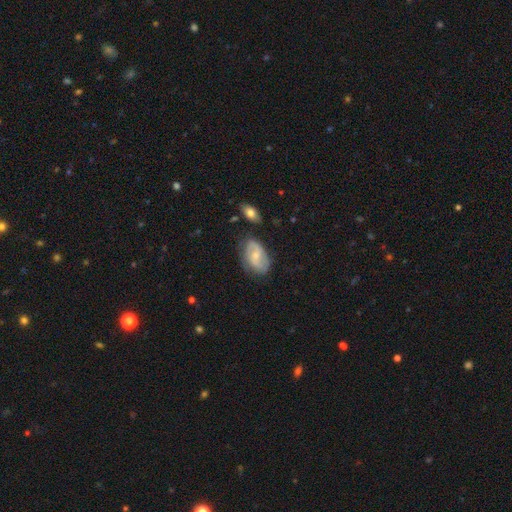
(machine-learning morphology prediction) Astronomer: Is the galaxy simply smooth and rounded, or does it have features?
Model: featured or disk — 61%.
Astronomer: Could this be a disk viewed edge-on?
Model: no — 96%.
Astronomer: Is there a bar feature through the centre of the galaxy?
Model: no — 50% (runner-up: weak, 41%).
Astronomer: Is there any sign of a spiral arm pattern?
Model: yes — 84%.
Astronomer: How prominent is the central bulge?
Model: small — 59%.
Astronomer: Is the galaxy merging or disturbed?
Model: none — 65%.